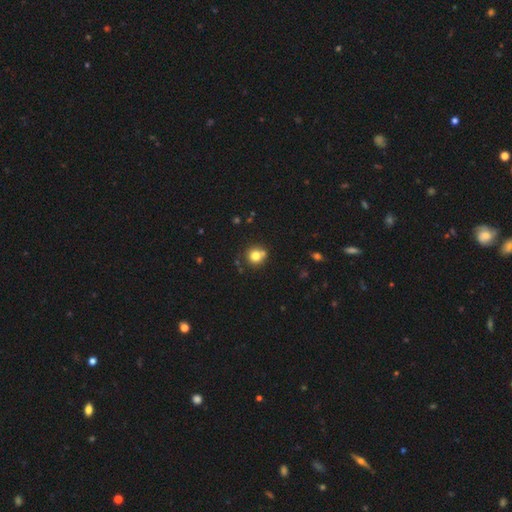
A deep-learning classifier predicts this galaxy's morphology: Overall: smooth (78%). How rounded: round (88%). Merging: none (68%).